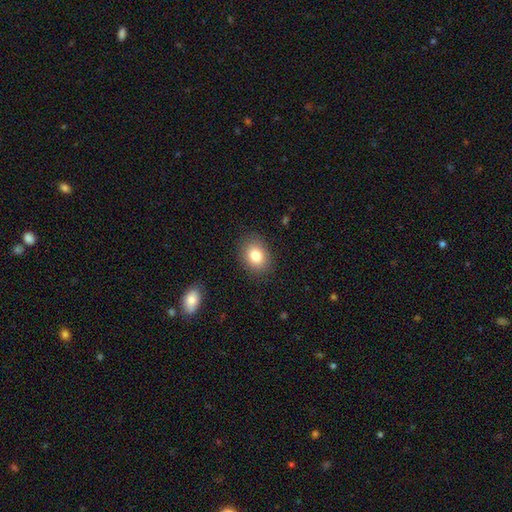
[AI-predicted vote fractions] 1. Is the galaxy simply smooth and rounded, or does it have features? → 83% smooth, 9% star or artifact, 8% featured or disk.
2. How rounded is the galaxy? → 63% in between, 36% round, 1% cigar-shaped.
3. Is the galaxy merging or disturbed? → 86% none, 10% minor disturbance, 3% major disturbance, 1% merger.